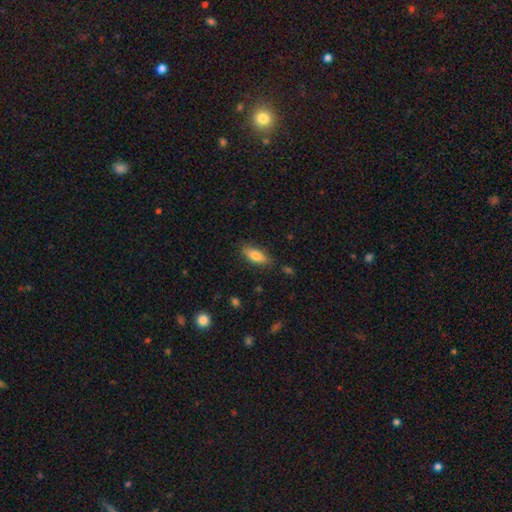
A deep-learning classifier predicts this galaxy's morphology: Smooth or featured: smooth — 77% (featured or disk — 16%)
How rounded: in between — 73% (cigar-shaped — 24%)
Merging: none — 82% (minor disturbance — 14%)